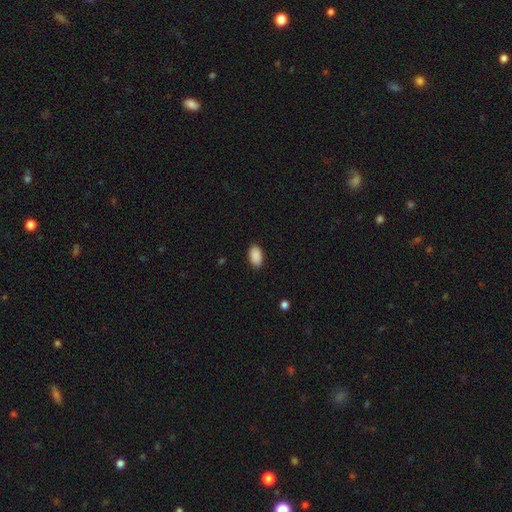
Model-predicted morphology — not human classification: smooth_or_featured: smooth (p=0.90) [alt: star or artifact p=0.07]
how_rounded: in between (p=0.93) [alt: round p=0.06]
merging: none (p=0.88) [alt: minor disturbance p=0.09]